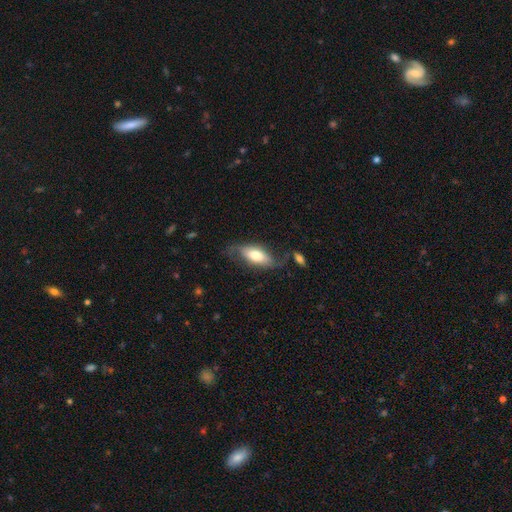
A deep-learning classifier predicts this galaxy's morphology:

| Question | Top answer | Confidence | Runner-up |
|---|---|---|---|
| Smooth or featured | smooth | 51% | featured or disk (43%) |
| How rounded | in between | 84% | cigar-shaped (13%) |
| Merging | none | 52% | minor disturbance (25%) |